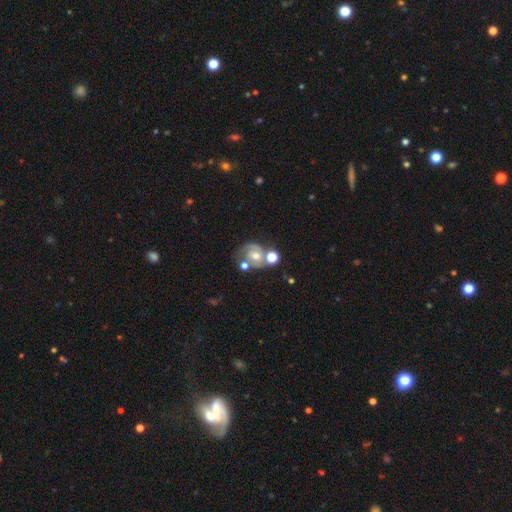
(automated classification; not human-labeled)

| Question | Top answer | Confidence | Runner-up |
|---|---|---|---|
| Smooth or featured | featured or disk | 69% | smooth (21%) |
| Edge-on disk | no | 97% | yes (3%) |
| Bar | no | 67% | weak (27%) |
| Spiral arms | yes | 85% | no (15%) |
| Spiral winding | medium | 44% | tight (39%) |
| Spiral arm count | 2 | 67% | 1 (16%) |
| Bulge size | moderate | 62% | small (27%) |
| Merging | none | 44% | merger (25%) |